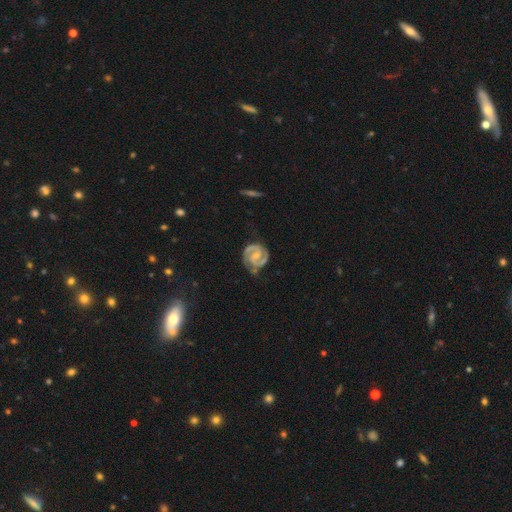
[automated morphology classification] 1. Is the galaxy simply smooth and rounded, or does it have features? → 91% featured or disk, 5% smooth, 4% star or artifact.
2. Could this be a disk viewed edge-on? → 98% no, 2% yes.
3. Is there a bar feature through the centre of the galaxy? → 45% weak, 39% no, 16% strong.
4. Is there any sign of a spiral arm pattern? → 98% yes, 2% no.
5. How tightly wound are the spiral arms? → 54% tight, 40% medium, 6% loose.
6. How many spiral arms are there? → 91% 2, 4% 3, 2% can't tell, 1% 1, 1% 4, 1% more than 4.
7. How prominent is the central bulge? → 53% small, 26% moderate, 19% none, 1% large, 1% dominant.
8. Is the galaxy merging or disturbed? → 73% none, 19% minor disturbance, 6% major disturbance, 2% merger.